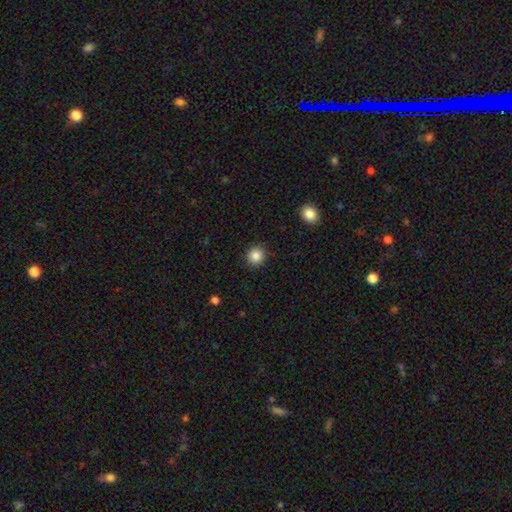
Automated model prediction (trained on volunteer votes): This appears to be a smooth galaxy with no disk features (86%) that is round (92%). Merging: none (91%).